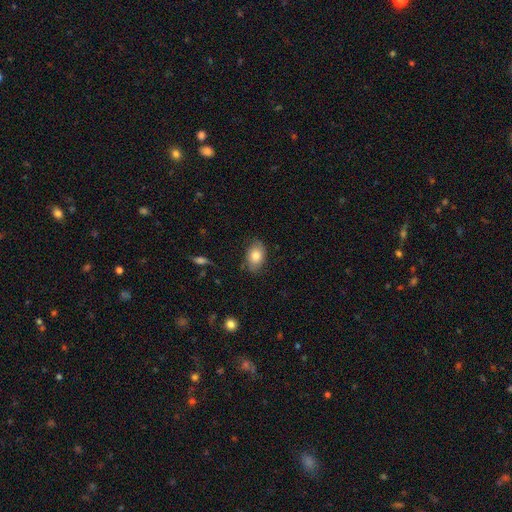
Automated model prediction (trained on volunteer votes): A smooth galaxy with no disk features (80%) that is in between round and cigar-shaped (87%).

Vote fractions:
- Smooth or featured? smooth: 80% / featured or disk: 12% / star or artifact: 7%
- How rounded? in between: 87% / round: 12% / cigar-shaped: 1%
- Merging? none: 78% / minor disturbance: 17% / major disturbance: 4% / merger: 1%